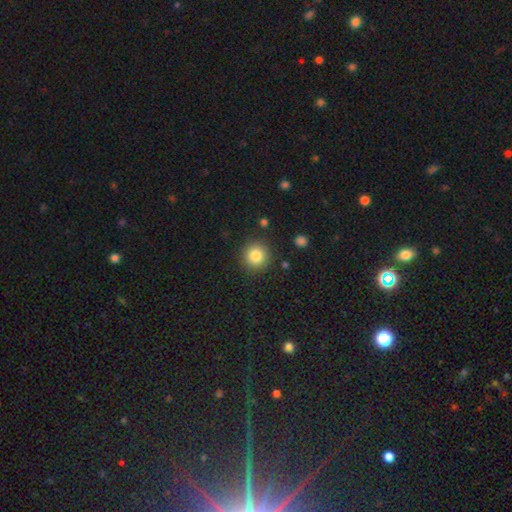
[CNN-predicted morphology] type=smooth (83%); roundness=round (94%); merging=none (89%).